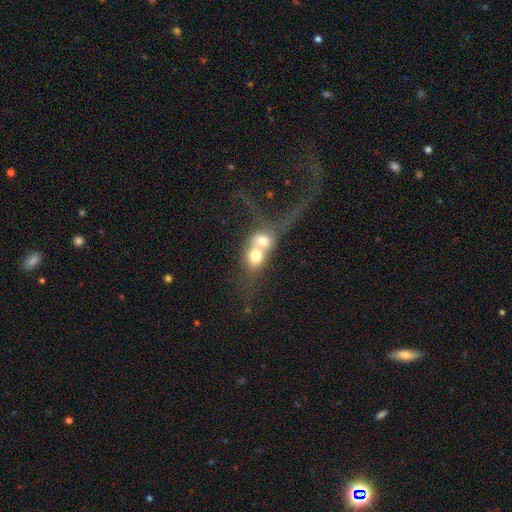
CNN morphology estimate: Smooth or featured? smooth (58%)
How rounded? round (56%)
Merging? merger (80%)